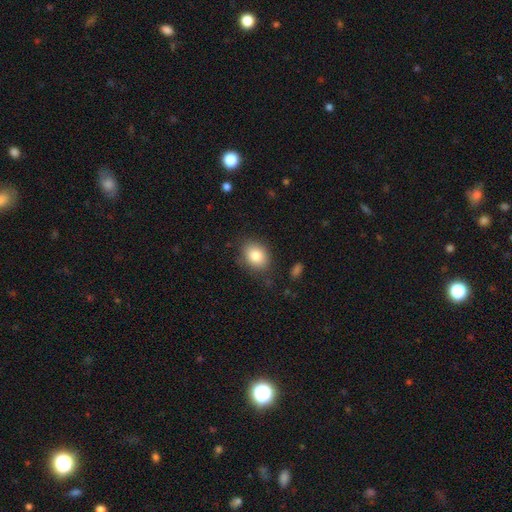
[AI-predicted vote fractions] smooth 83%, star or artifact 8%, featured or disk 8%. Down the decision tree: how rounded — in between (62%); merging — none (81%).